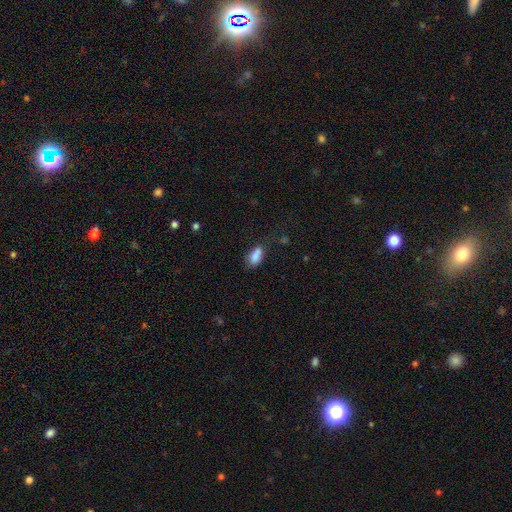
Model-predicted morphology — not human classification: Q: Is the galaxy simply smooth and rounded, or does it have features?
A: smooth — 82%.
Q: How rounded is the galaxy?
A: in between — 86%.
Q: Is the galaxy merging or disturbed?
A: none — 50%.